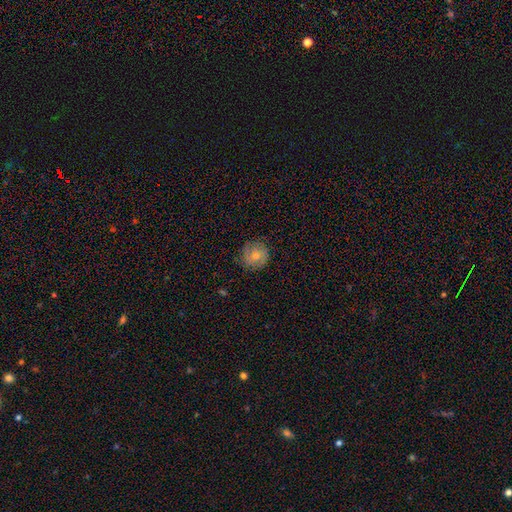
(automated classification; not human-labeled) smooth 52%, featured or disk 37%, star or artifact 11%. Down the decision tree: how rounded — round (90%); merging — none (83%).